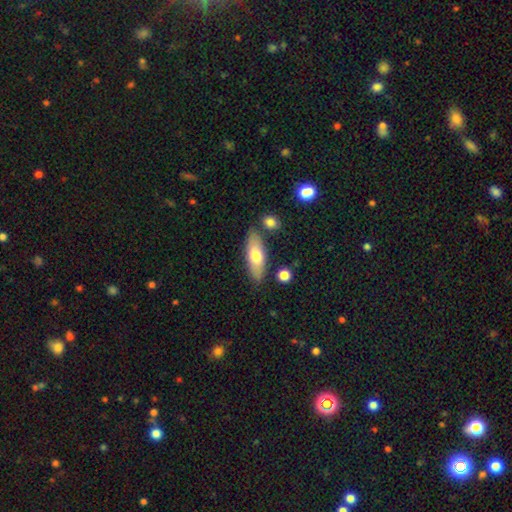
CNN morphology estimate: Smooth or featured? Predicted: smooth (p=0.67). How rounded? Predicted: in between (p=0.66). Merging? Predicted: none (p=0.80).